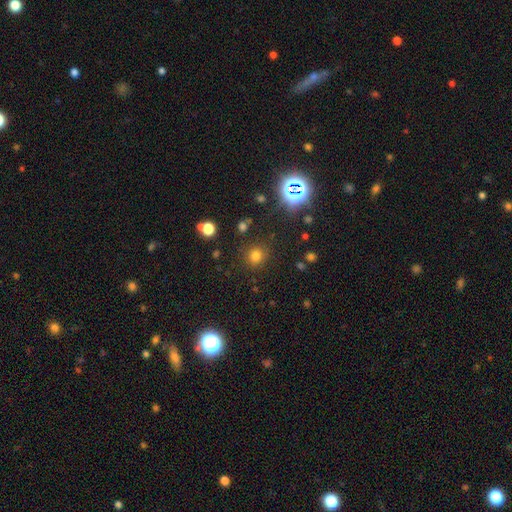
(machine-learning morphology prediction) Smooth or featured?
  - smooth: 73% *
  - star or artifact: 21%
  - featured or disk: 6%
How rounded?
  - round: 88% *
  - in between: 11%
  - cigar-shaped: 1%
Merging?
  - none: 85% *
  - minor disturbance: 8%
  - major disturbance: 4%
  - merger: 3%